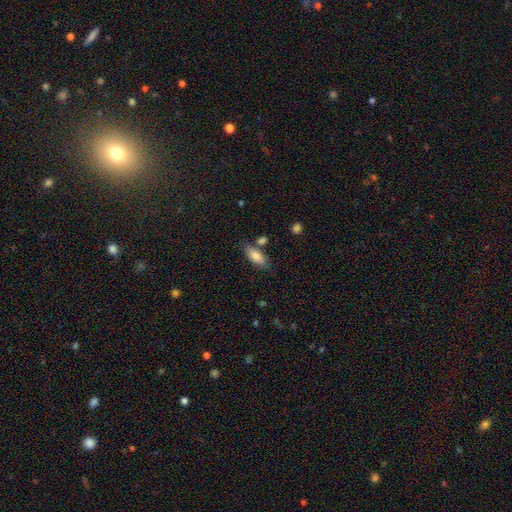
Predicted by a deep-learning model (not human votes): Smooth or featured? smooth (83%)
How rounded? in between (79%)
Merging? none (71%)